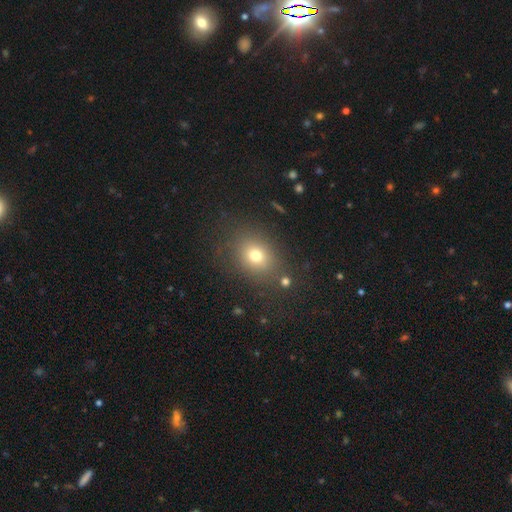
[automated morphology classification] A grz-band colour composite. It shows a smooth galaxy with no disk features (73%) that is round (52%). Merging: none (79%).